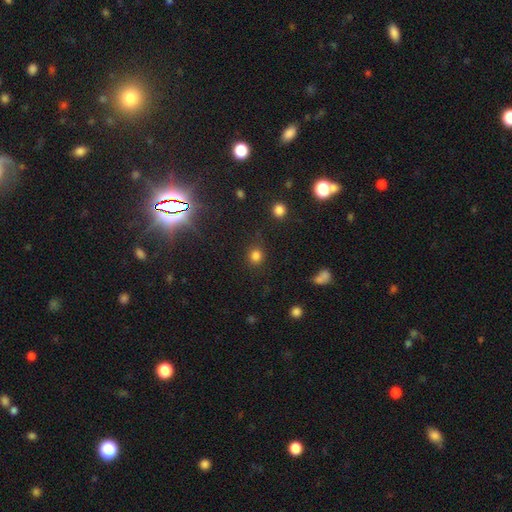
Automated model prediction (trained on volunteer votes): A smooth galaxy with no disk features (80%) that is round (86%).

Vote fractions:
- Smooth or featured? smooth: 80% / star or artifact: 16% / featured or disk: 4%
- How rounded? round: 86% / in between: 13% / cigar-shaped: 1%
- Merging? none: 84% / minor disturbance: 10% / major disturbance: 4% / merger: 2%